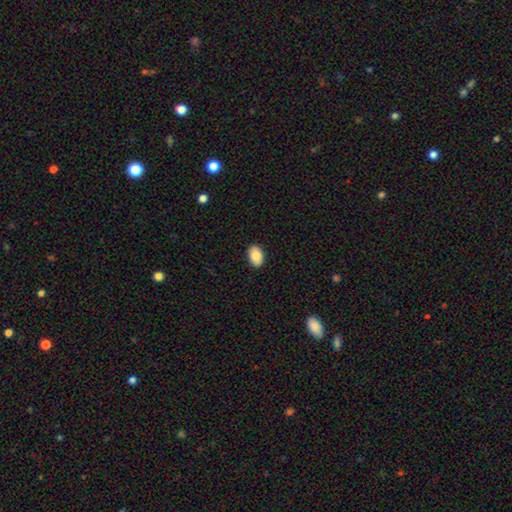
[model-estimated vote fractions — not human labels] Smooth or featured?
  - smooth: 85% *
  - featured or disk: 8%
  - star or artifact: 7%
How rounded?
  - in between: 89% *
  - round: 10%
  - cigar-shaped: 1%
Merging?
  - none: 89% *
  - minor disturbance: 8%
  - major disturbance: 2%
  - merger: 1%